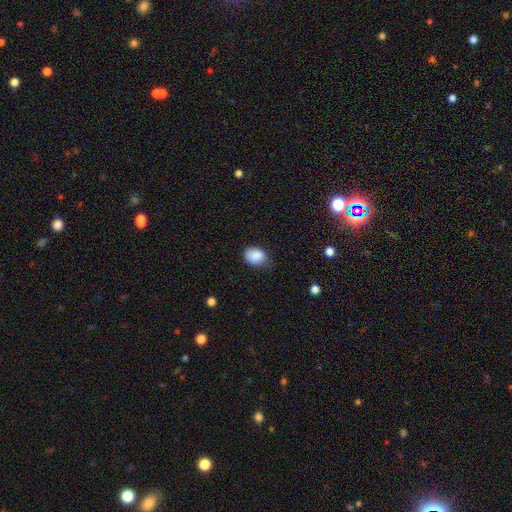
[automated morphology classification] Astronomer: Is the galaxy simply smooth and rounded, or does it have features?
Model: smooth — 87%.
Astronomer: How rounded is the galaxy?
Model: in between — 66%.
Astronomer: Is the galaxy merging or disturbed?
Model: none — 61%.